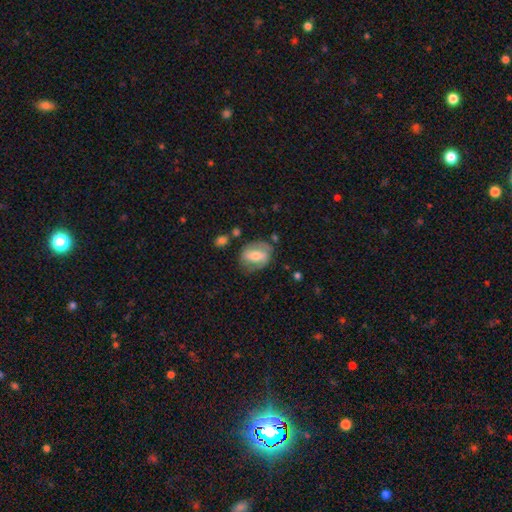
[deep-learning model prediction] Overall: smooth (48%; featured or disk 45%). Merging: none (66%).